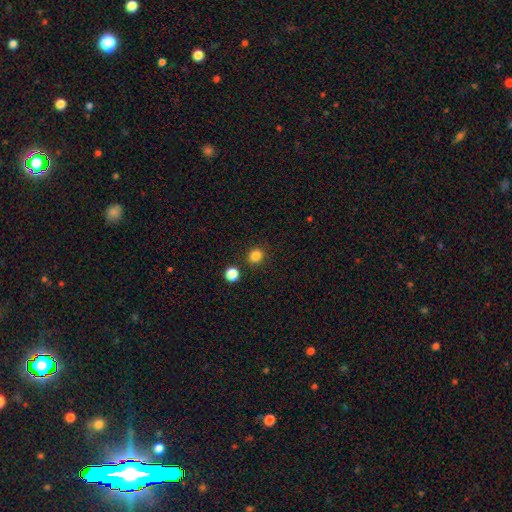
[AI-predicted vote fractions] Overall: smooth (84%). How rounded: round (83%). Merging: none (85%).